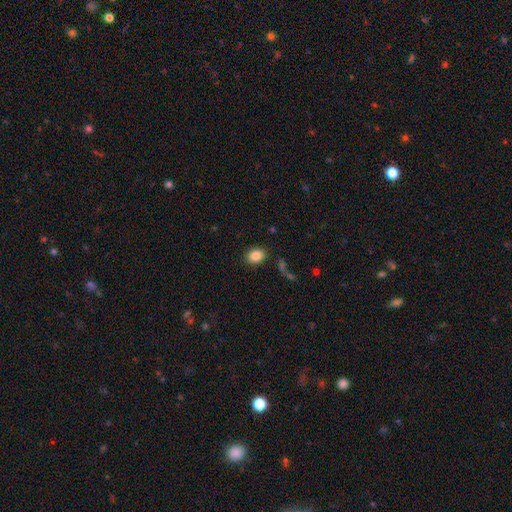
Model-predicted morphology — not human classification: Overall: smooth (86%). How rounded: in between (56%; round 43%). Merging: none (85%).